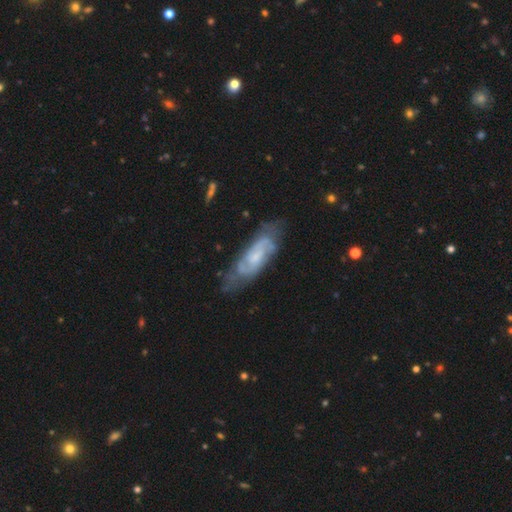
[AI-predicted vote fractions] smooth-or-featured: featured or disk: 78% | smooth: 16% | star or artifact: 6%
  disk-edge-on: no: 87% | yes: 13%
    bar: no: 54% | weak: 38% | strong: 7%
    has-spiral-arms: yes: 91% | no: 9%
      spiral-winding: tight: 43% (tied) | medium: 43% (tied) | loose: 14%
      spiral-arm-count: 2: 56% | can't tell: 29% | 3: 8% | 1: 3% | 4: 3% | more than 4: 2%
    bulge-size: small: 51% | moderate: 31% | none: 14% | large: 3% | dominant: 1%
  merging: none: 69% | minor disturbance: 21% | major disturbance: 8% | merger: 2%